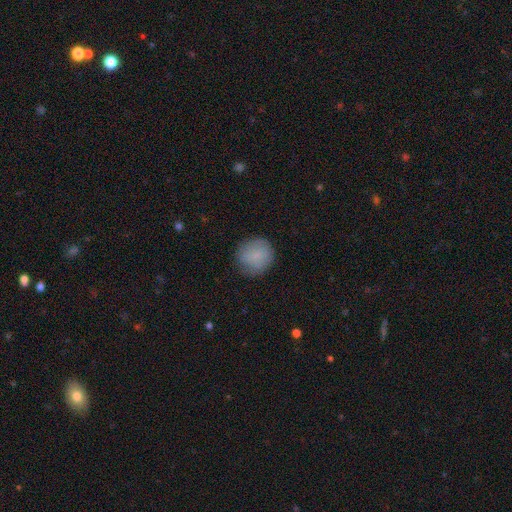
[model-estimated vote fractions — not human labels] smooth 82%, featured or disk 11%, star or artifact 7%. Down the decision tree: how rounded — round (87%); merging — none (78%).